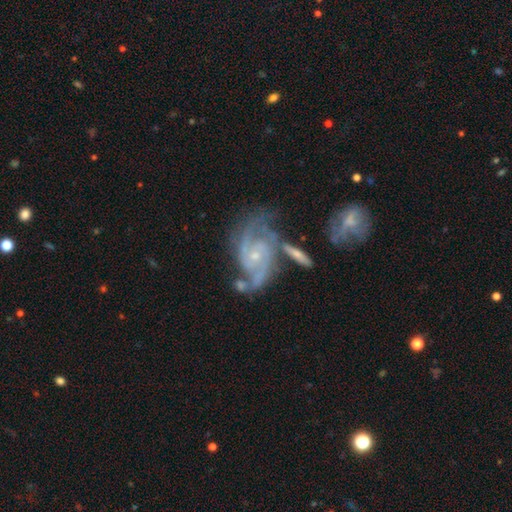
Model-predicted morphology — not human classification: type=featured or disk (90%); edge-on=no (97%); bar=no (62%); spiral arms=yes (98%); winding=medium (47%); arm count=2 (58%); bulge=small (73%); merging=none (44%).